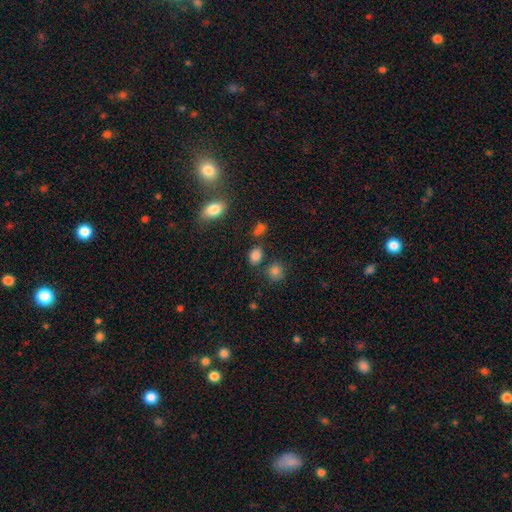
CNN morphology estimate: The model was most divided on "how rounded": in between: 53%, round: 46%, cigar-shaped: 2%. More confident: smooth or featured — smooth (82%); merging — none (76%).